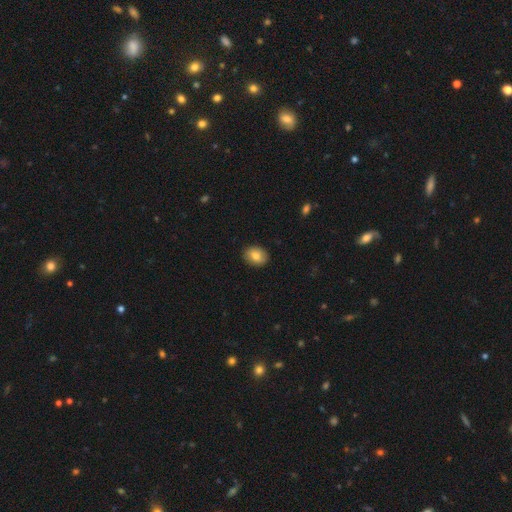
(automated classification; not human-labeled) Smooth or featured? Predicted: smooth (p=0.82). How rounded? Predicted: in between (p=0.63). Merging? Predicted: none (p=0.89).